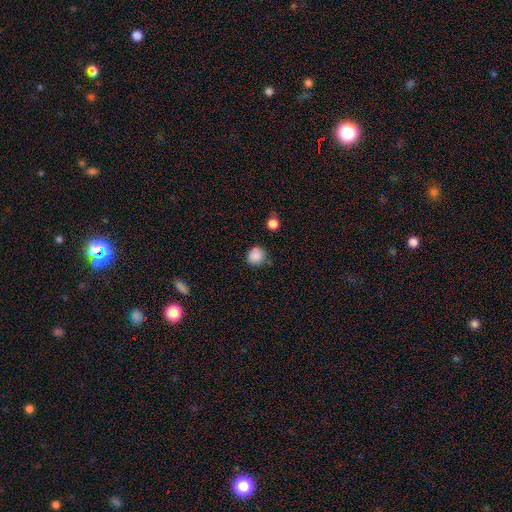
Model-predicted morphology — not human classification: A smooth galaxy with no disk features (87%) that is round (86%).

Vote fractions:
- Smooth or featured? smooth: 87% / star or artifact: 10% / featured or disk: 3%
- How rounded? round: 86% / in between: 13% / cigar-shaped: 1%
- Merging? none: 78% / minor disturbance: 15% / major disturbance: 4% / merger: 4%